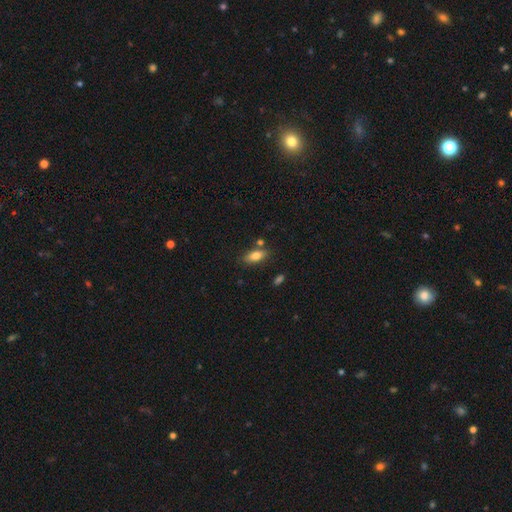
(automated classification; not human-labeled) smooth-or-featured: smooth: 80% | featured or disk: 13% | star or artifact: 7%
  how-rounded: in between: 82% | cigar-shaped: 15% | round: 3%
  merging: none: 77% | minor disturbance: 13% | merger: 7% | major disturbance: 3%